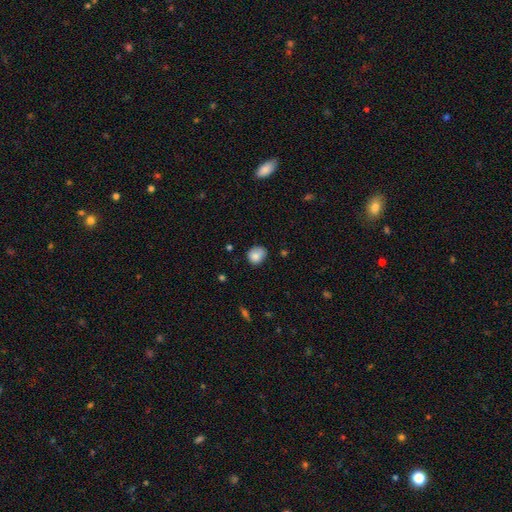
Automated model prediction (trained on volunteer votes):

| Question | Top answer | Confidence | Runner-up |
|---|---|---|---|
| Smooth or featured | smooth | 82% | star or artifact (9%) |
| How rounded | round | 68% | in between (32%) |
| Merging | none | 62% | minor disturbance (30%) |